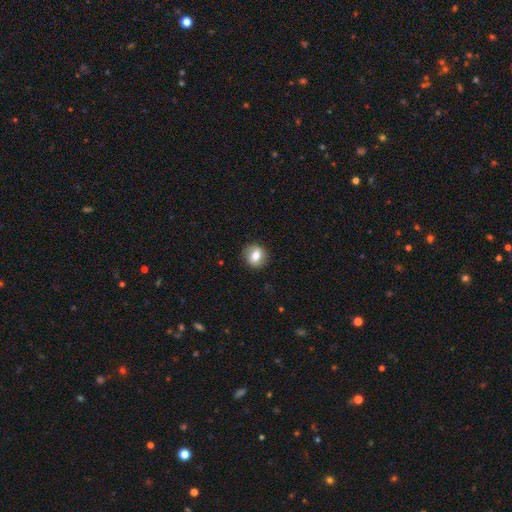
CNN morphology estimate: Q: Smooth or featured?
A: smooth (66%); runner-up: featured or disk (25%)
Q: How rounded?
A: round (77%); runner-up: in between (22%)
Q: Merging?
A: none (85%); runner-up: minor disturbance (11%)